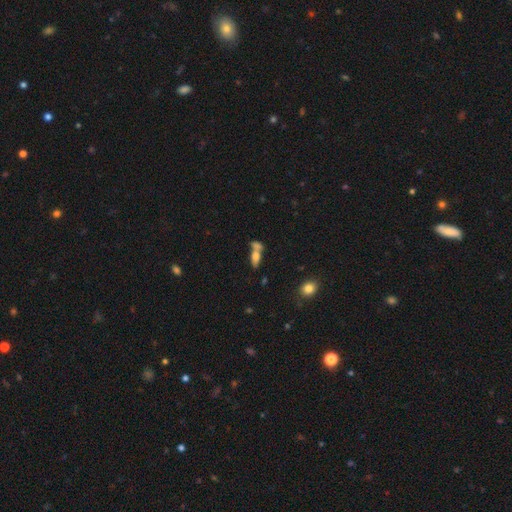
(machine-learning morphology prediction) Overall: smooth (66%). How rounded: in between (72%). Merging: merger (51%; none 34%).